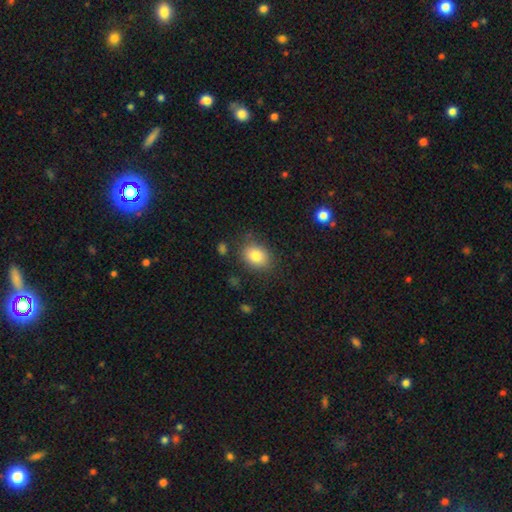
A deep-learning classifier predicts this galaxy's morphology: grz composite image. It shows a smooth galaxy with no disk features (83%) that is in between round and cigar-shaped (62%). Merging: none (79%).